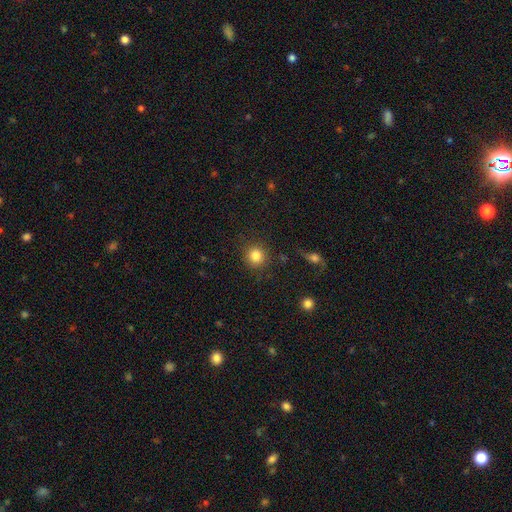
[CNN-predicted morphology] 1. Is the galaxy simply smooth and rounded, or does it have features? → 84% smooth, 11% star or artifact, 6% featured or disk.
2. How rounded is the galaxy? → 92% round, 7% in between, 1% cigar-shaped.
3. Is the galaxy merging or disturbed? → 87% none, 7% minor disturbance, 3% major disturbance, 2% merger.